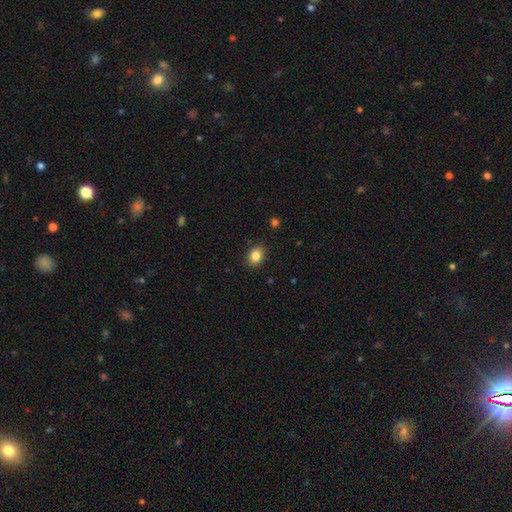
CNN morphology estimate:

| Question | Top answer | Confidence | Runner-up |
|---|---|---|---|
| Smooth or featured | smooth | 85% | star or artifact (9%) |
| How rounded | in between | 60% | round (39%) |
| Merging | none | 87% | minor disturbance (10%) |